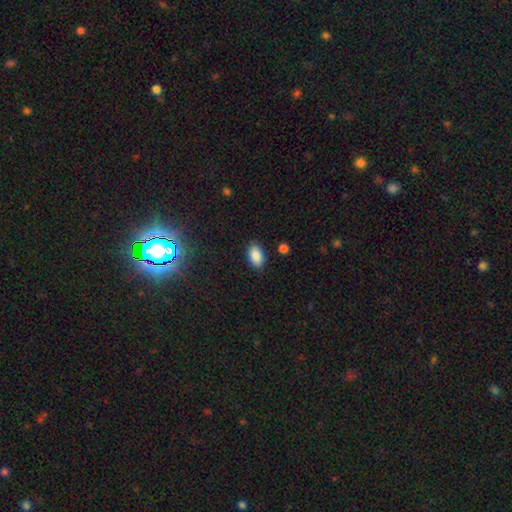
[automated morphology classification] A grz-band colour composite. It shows a smooth galaxy with no disk features (87%) that is in between round and cigar-shaped (92%). Merging: none (83%).